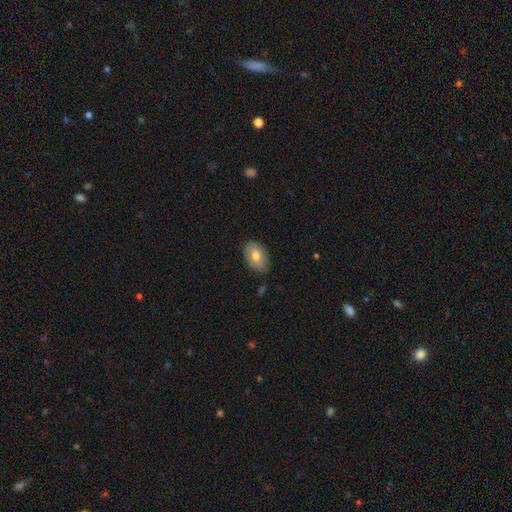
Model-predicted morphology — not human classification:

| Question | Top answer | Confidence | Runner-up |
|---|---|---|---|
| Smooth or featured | smooth | 74% | featured or disk (19%) |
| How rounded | in between | 88% | round (11%) |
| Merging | none | 80% | minor disturbance (16%) |